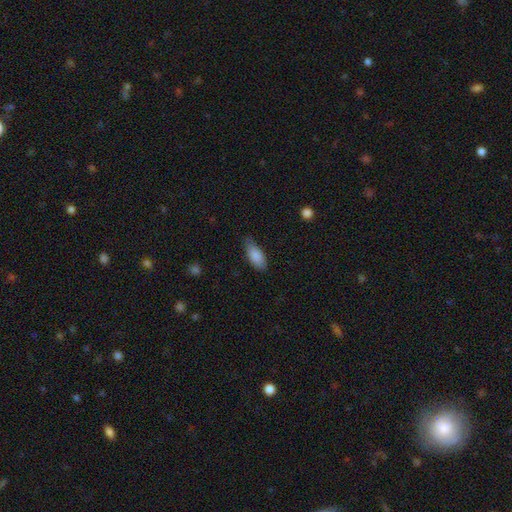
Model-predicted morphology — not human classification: Smooth or featured? Predicted: smooth (p=0.86). How rounded? Predicted: in between (p=0.84). Merging? Predicted: none (p=0.68).